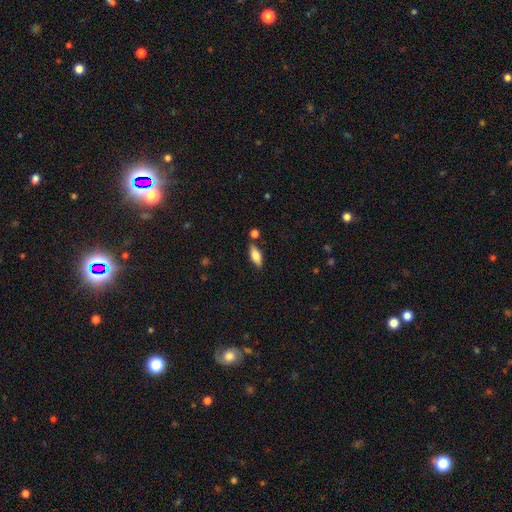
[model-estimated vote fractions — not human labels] A smooth galaxy with no disk features (75%) that is in between round and cigar-shaped (75%). Merging: none (80%).